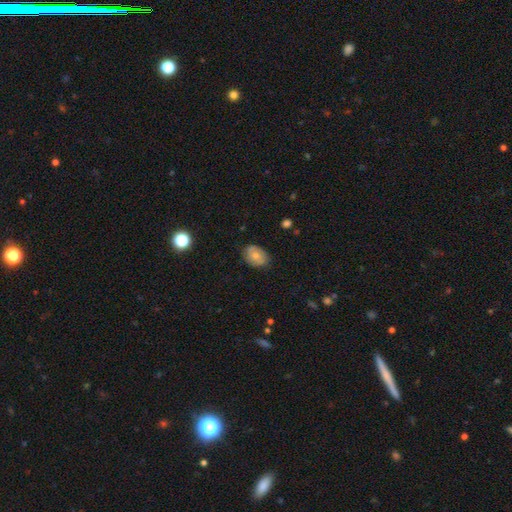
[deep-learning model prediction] Smooth or featured?
  - smooth: 69% *
  - featured or disk: 22%
  - star or artifact: 8%
How rounded?
  - in between: 77% *
  - round: 22%
  - cigar-shaped: 1%
Merging?
  - none: 79% *
  - minor disturbance: 17%
  - major disturbance: 3%
  - merger: 1%